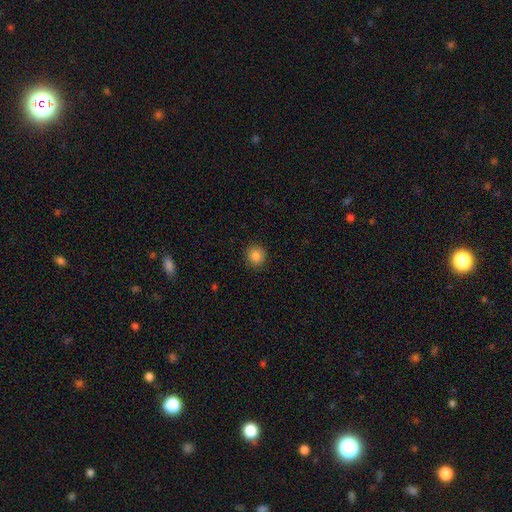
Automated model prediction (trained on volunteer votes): This appears to be a smooth galaxy with no disk features (85%) that is round (87%). Merging: none (90%).